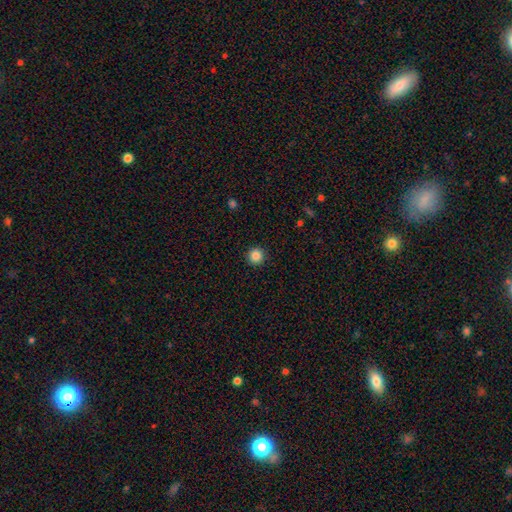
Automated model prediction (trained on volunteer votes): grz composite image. It shows a smooth galaxy with no disk features (86%) that is round (96%). Merging: none (93%).